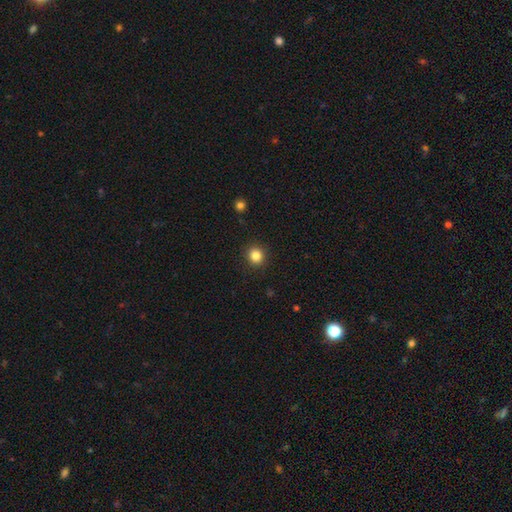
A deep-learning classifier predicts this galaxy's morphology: This appears to be a smooth galaxy with no disk features (84%) that is round (90%). Merging: none (92%).